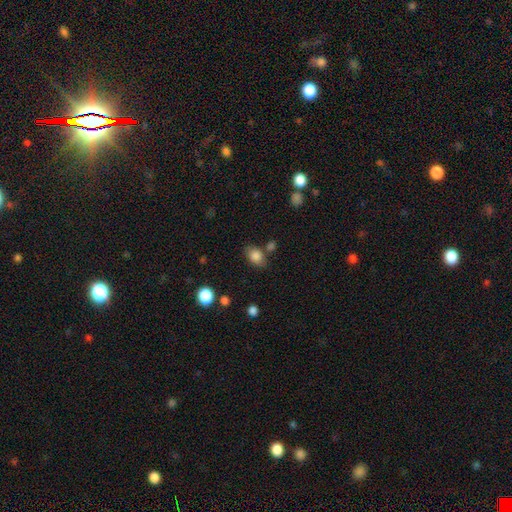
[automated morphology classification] Smooth or featured: smooth — 84% (star or artifact — 10%)
How rounded: in between — 72% (round — 27%)
Merging: none — 70% (minor disturbance — 16%)